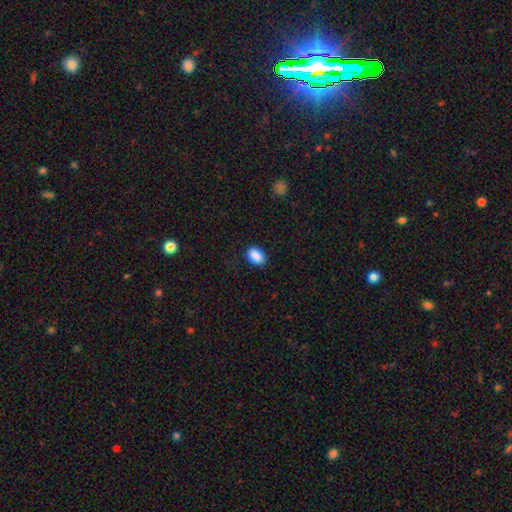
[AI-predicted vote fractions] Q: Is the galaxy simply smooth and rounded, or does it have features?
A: smooth — 89%.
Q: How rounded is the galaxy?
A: in between — 87%.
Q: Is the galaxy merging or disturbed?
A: none — 84%.